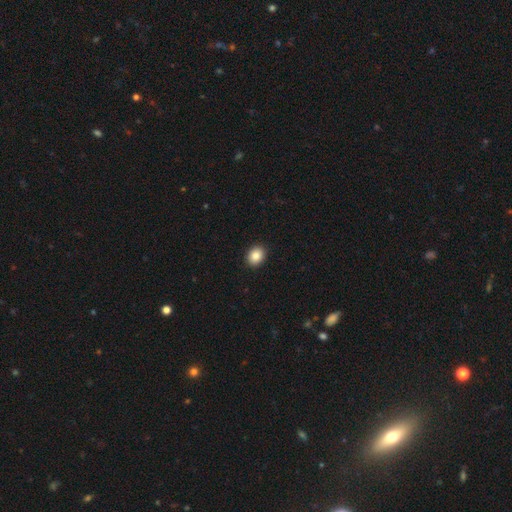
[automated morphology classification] smooth-or-featured: smooth: 86% | star or artifact: 9% | featured or disk: 5%
  how-rounded: in between: 50% | round: 49% | cigar-shaped: 1%
  merging: none: 92% | minor disturbance: 6% | major disturbance: 2% | merger: 1%